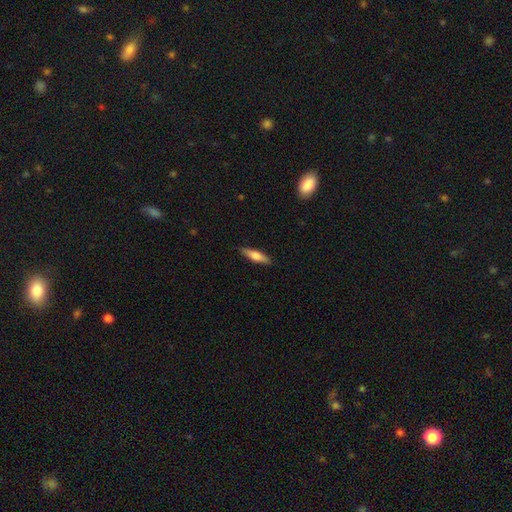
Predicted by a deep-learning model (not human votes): This appears to be a smooth galaxy with no disk features (63%) that is cigar-shaped (70%). Merging: none (88%).